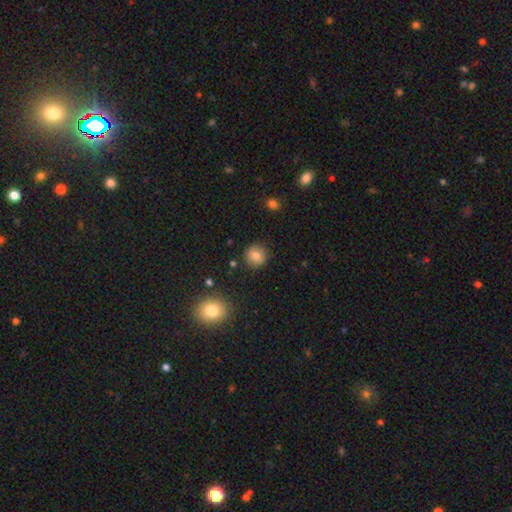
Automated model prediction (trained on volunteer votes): smooth-or-featured: smooth: 79% | star or artifact: 11% | featured or disk: 10%
  how-rounded: round: 92% | in between: 7% | cigar-shaped: 1%
  merging: none: 89% | minor disturbance: 7% | major disturbance: 2% | merger: 2%